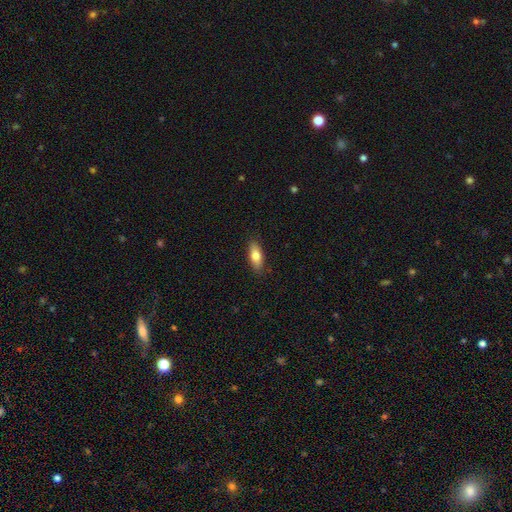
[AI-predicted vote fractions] Overall: smooth (77%). How rounded: in between (70%). Merging: none (87%).